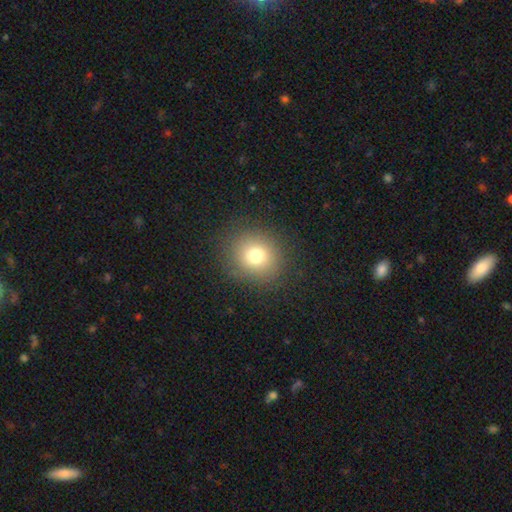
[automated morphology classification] Overall: smooth (76%). How rounded: round (87%). Merging: none (88%).